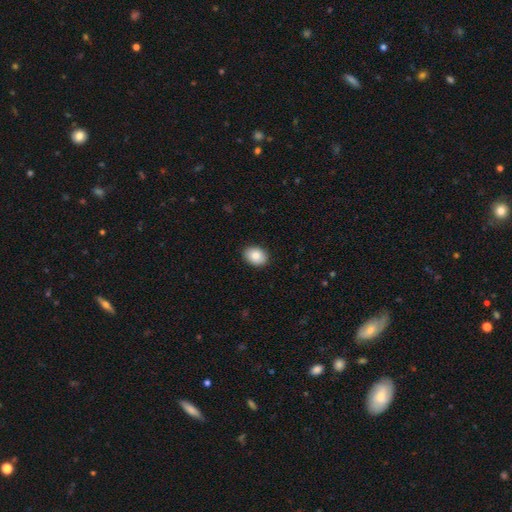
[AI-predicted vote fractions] Overall: smooth (85%). How rounded: in between (74%). Merging: none (90%).